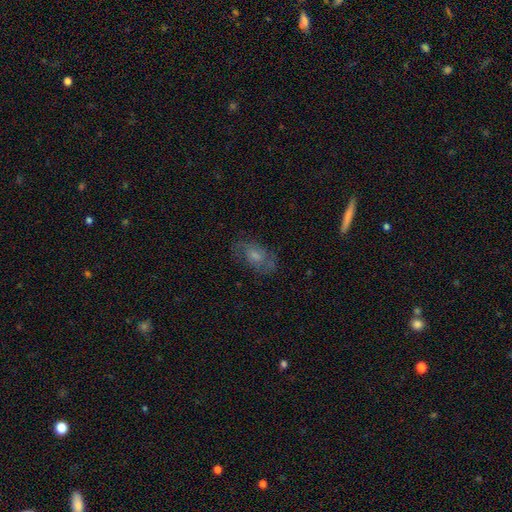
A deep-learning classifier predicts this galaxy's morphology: A featured or disk galaxy (50%).

Vote fractions:
- Smooth or featured? featured or disk: 50% / smooth: 39% / star or artifact: 11%
- Merging? none: 68% / minor disturbance: 19% / major disturbance: 11% / merger: 2%